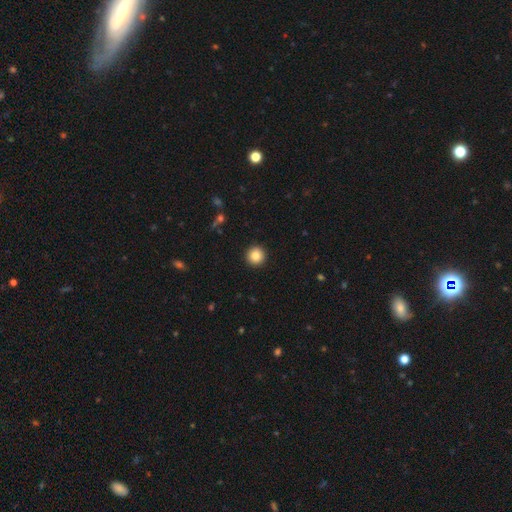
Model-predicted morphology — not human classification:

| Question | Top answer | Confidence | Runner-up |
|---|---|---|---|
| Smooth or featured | smooth | 83% | star or artifact (10%) |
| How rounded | round | 96% | in between (3%) |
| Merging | none | 93% | minor disturbance (4%) |